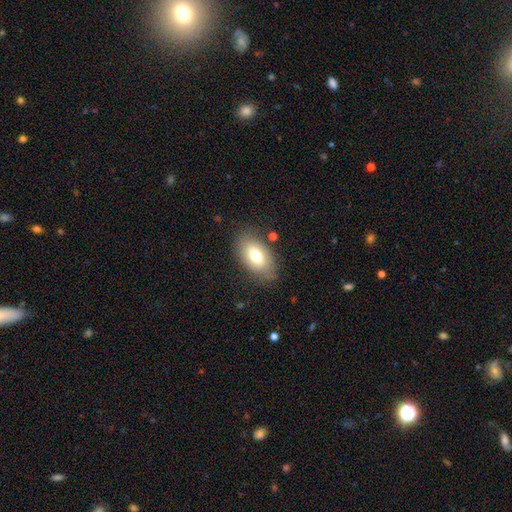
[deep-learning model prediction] This appears to be a smooth galaxy with no disk features (73%) that is in between round and cigar-shaped (91%). Merging: none (78%).